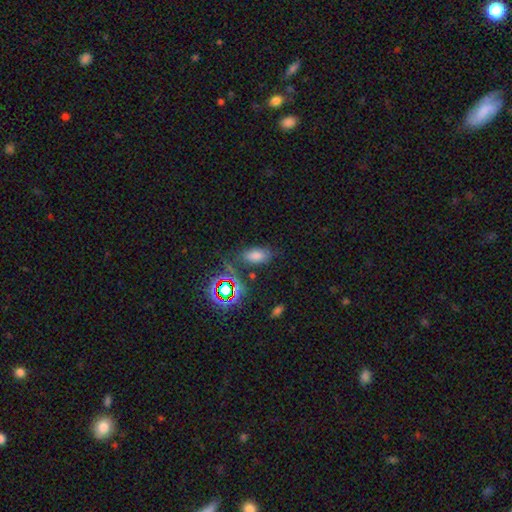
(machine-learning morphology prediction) Smooth or featured? Predicted: smooth (p=0.65). How rounded? Predicted: in between (p=0.87). Merging? Predicted: none (p=0.74).